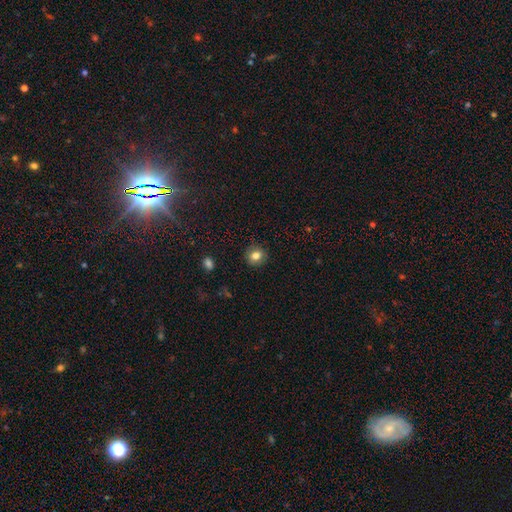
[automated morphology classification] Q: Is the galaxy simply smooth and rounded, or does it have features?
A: smooth — 81%.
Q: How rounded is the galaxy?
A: round — 86%.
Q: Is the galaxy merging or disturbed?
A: none — 90%.